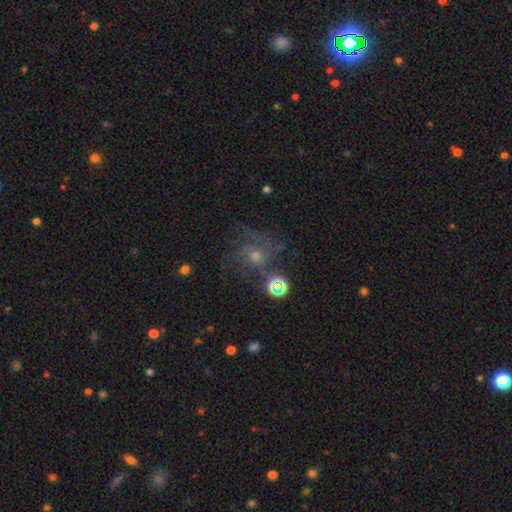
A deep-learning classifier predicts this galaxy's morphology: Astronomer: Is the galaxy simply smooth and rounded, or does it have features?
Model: featured or disk — 54%.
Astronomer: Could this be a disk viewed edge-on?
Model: no — 97%.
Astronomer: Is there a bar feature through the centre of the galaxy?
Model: no — 74%.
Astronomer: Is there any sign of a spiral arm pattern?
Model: yes — 82%.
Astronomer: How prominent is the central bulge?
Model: moderate — 51% (runner-up: small, 34%).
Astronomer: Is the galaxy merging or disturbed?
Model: none — 57%.